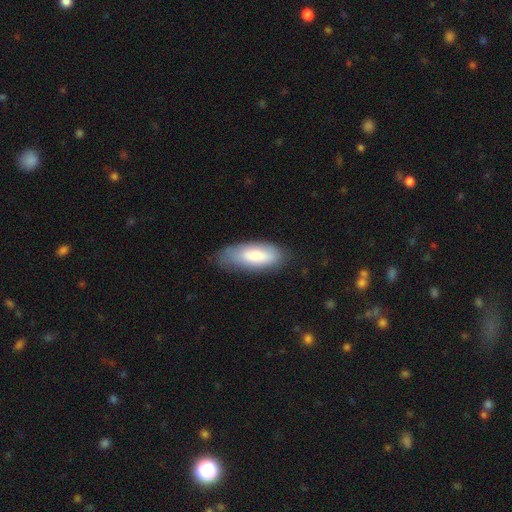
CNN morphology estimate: type=smooth (78%); roundness=in between (80%); merging=none (64%).